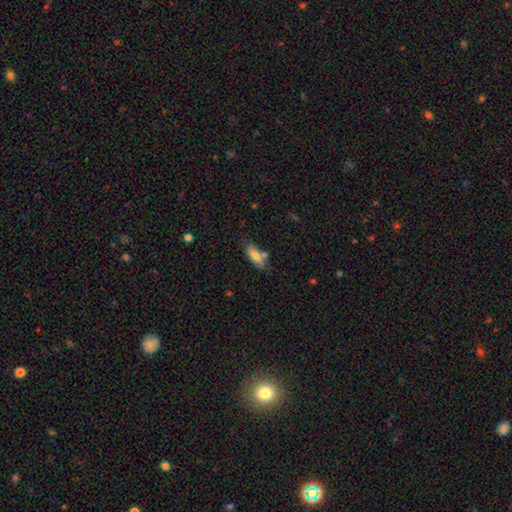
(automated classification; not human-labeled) A smooth galaxy with no disk features (73%) that is in between round and cigar-shaped (70%). Merging: none (64%).